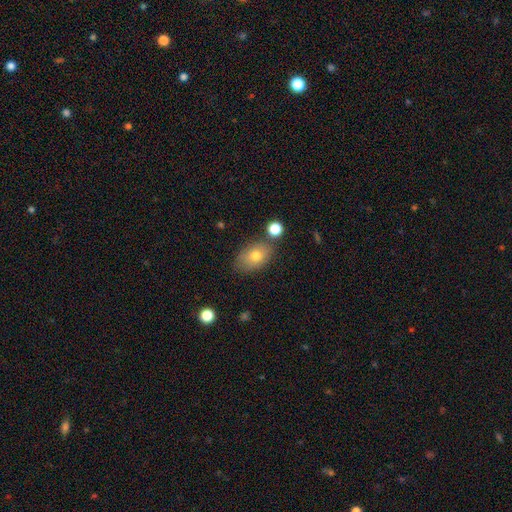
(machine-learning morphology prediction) Q: Smooth or featured?
A: smooth (76%); runner-up: featured or disk (15%)
Q: How rounded?
A: in between (83%); runner-up: round (16%)
Q: Merging?
A: none (71%); runner-up: minor disturbance (17%)